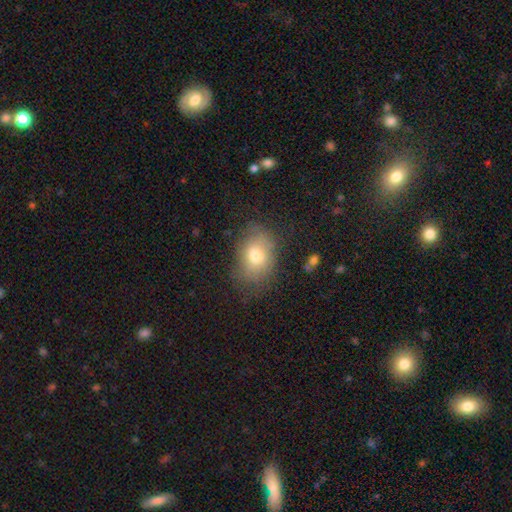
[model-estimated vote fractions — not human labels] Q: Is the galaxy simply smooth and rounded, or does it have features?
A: smooth — 75%.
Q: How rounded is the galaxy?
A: in between — 73%.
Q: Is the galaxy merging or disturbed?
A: none — 68%.